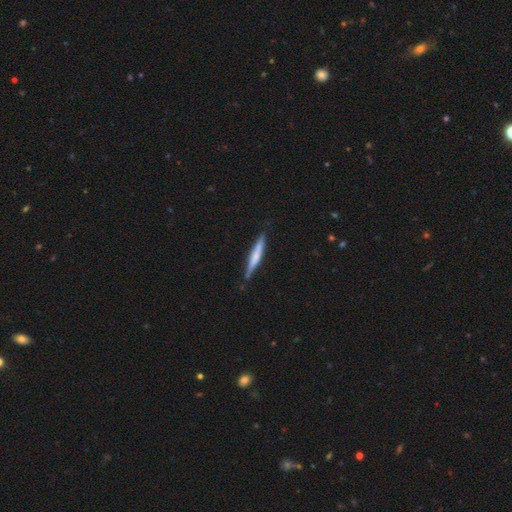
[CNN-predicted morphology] This is possibly a smooth galaxy (53%). How rounded: clearly cigar-shaped (94%). Merging: clearly none (82%).